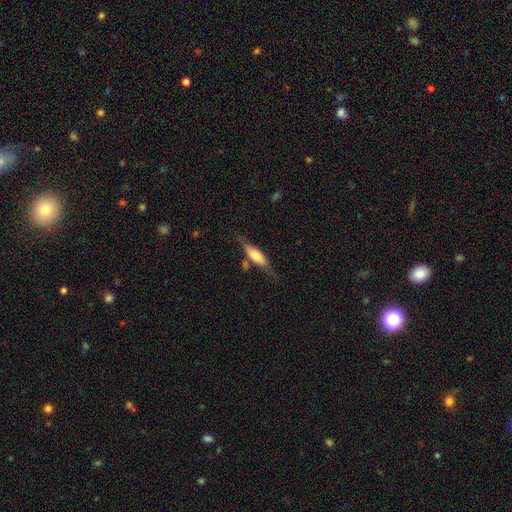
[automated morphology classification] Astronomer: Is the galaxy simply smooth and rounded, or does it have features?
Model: smooth — 56% (runner-up: featured or disk, 38%).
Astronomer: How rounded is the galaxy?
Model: in between — 50% (runner-up: cigar-shaped, 47%).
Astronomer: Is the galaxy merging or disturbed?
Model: none — 62%.